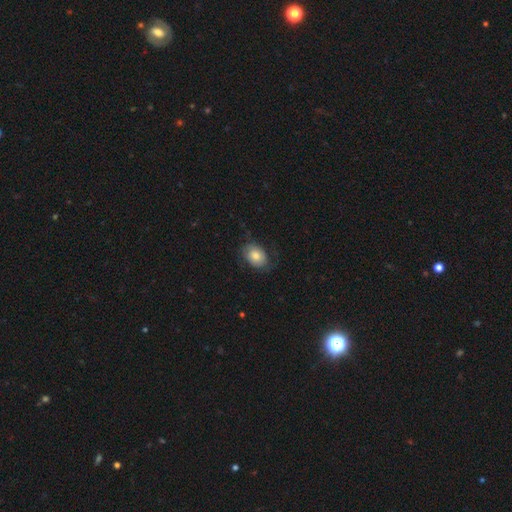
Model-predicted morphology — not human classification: The model was most divided on "how rounded": in between: 66%, round: 33%, cigar-shaped: 1%. More confident: smooth or featured — smooth (71%); merging — none (66%).